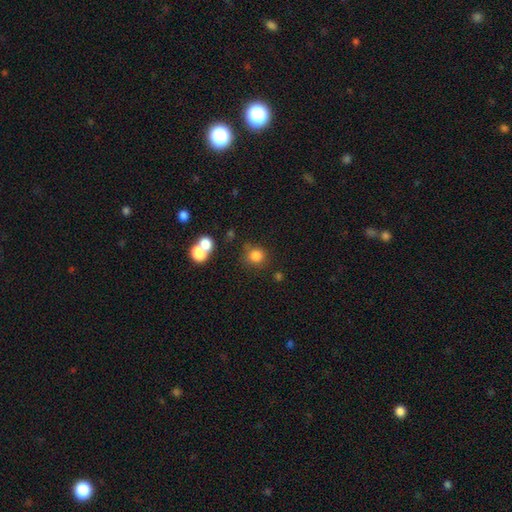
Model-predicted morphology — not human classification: Smooth or featured: smooth — 81% (star or artifact — 13%)
How rounded: round — 89% (in between — 10%)
Merging: none — 73% (merger — 12%)